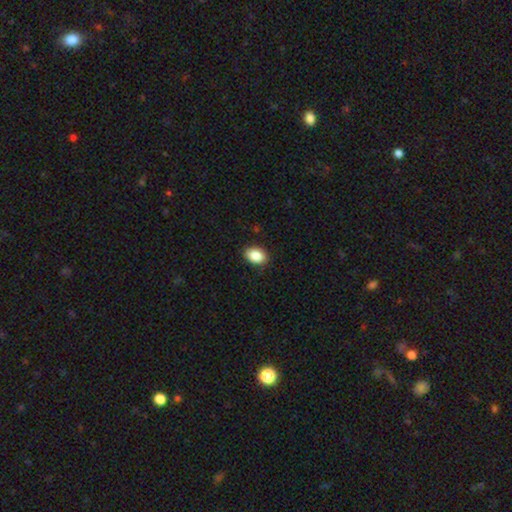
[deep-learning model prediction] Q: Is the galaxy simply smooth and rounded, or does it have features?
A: smooth — 86%.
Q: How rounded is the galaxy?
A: in between — 80%.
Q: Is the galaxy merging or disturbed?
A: none — 89%.